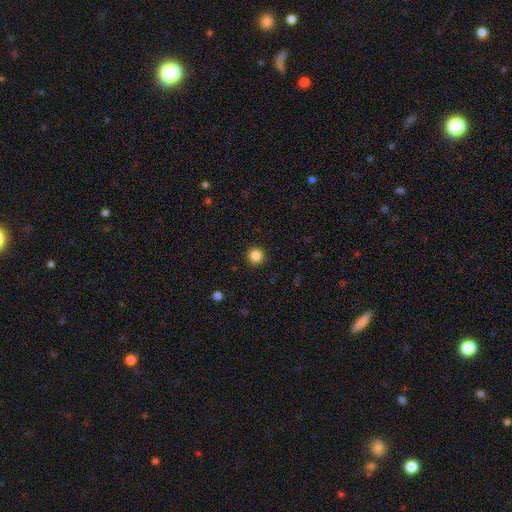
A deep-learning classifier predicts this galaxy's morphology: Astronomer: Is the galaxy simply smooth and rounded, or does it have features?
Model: smooth — 85%.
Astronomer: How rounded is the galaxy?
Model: round — 96%.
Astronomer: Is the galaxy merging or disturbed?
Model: none — 93%.